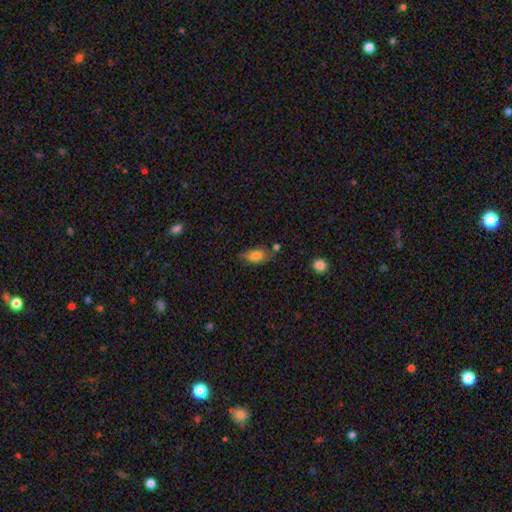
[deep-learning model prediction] The model was most divided on "merging": none: 60%, minor disturbance: 24%, merger: 9%, major disturbance: 7%. More confident: how rounded — in between (86%); smooth or featured — smooth (78%).